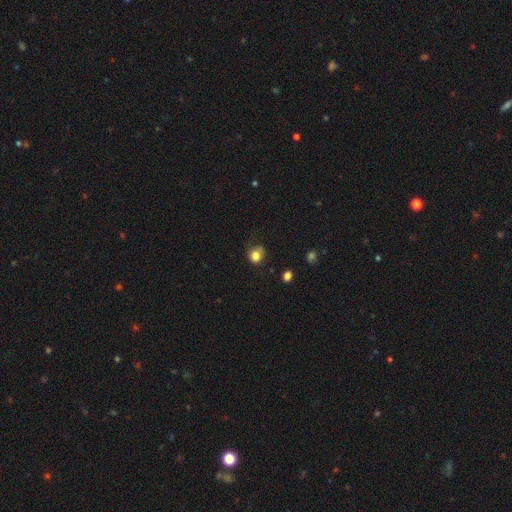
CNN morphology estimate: Smooth or featured?
  - smooth: 81% *
  - star or artifact: 11%
  - featured or disk: 8%
How rounded?
  - round: 73% *
  - in between: 26%
  - cigar-shaped: 1%
Merging?
  - none: 56% *
  - minor disturbance: 30%
  - major disturbance: 11%
  - merger: 2%